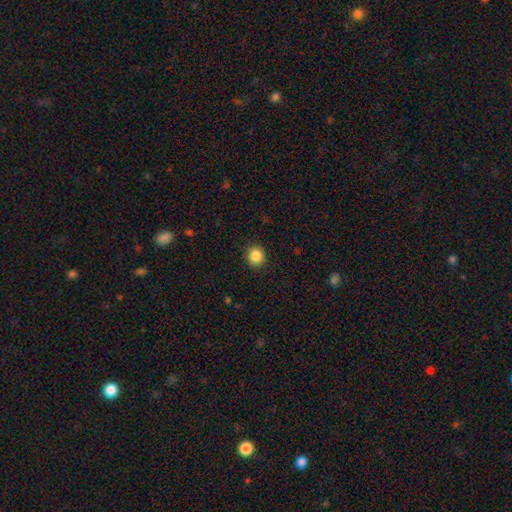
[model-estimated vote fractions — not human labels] This is clearly a smooth galaxy (87%). How rounded: clearly round (89%). Merging: clearly none (91%).